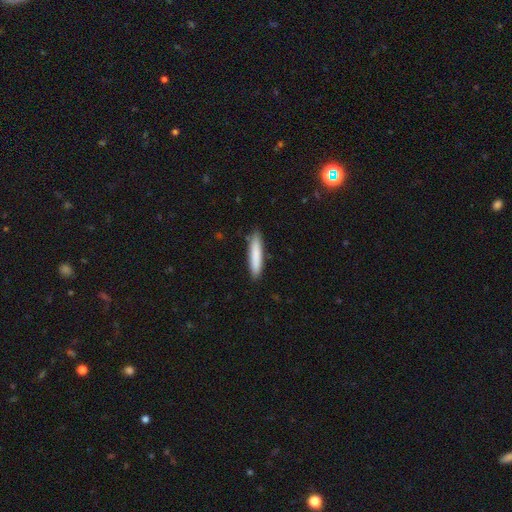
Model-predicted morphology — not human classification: A smooth galaxy with no disk features (83%) that is cigar-shaped (86%). Merging: none (87%).